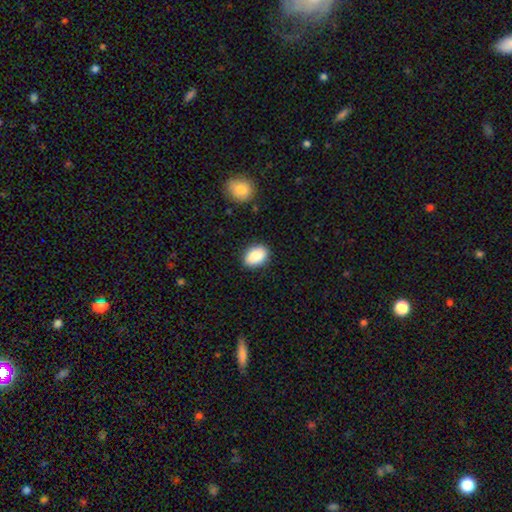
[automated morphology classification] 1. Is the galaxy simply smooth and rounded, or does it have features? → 88% smooth, 7% star or artifact, 4% featured or disk.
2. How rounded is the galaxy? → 80% in between, 18% round, 1% cigar-shaped.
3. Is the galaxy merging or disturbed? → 85% none, 11% minor disturbance, 3% major disturbance, 2% merger.